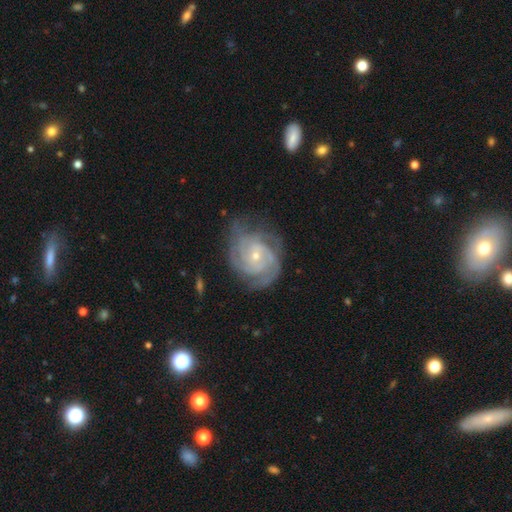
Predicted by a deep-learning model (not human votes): Smooth or featured?
  - featured or disk: 89% *
  - smooth: 5%
  - star or artifact: 5%
Edge-on disk?
  - no: 98% *
  - yes: 2%
Bar?
  - no: 69% *
  - weak: 25%
  - strong: 6%
Spiral arms?
  - yes: 98% *
  - no: 2%
Spiral winding?
  - tight: 71% *
  - medium: 25%
  - loose: 4%
Spiral arm count?
  - 3: 30% *
  - 2: 21%
  - can't tell: 20%
  - 4: 16%
  - more than 4: 6%
  - 1: 6%
Bulge size?
  - small: 73% *
  - moderate: 24%
  - none: 1%
  - large: 1%
  - dominant: 1%
Merging?
  - none: 70% *
  - minor disturbance: 20%
  - major disturbance: 8%
  - merger: 2%